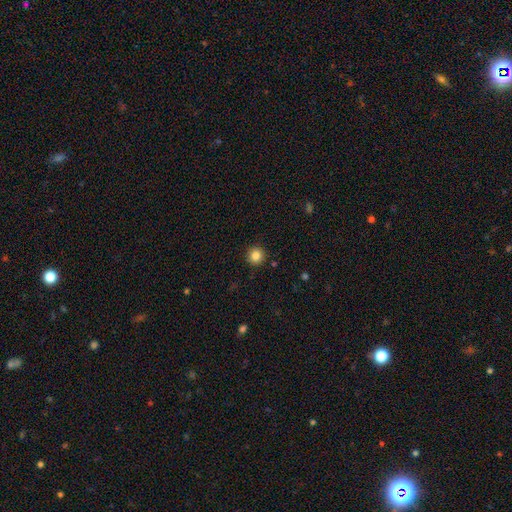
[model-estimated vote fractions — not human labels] This is clearly a smooth galaxy (85%). How rounded: clearly round (94%). Merging: clearly none (91%).